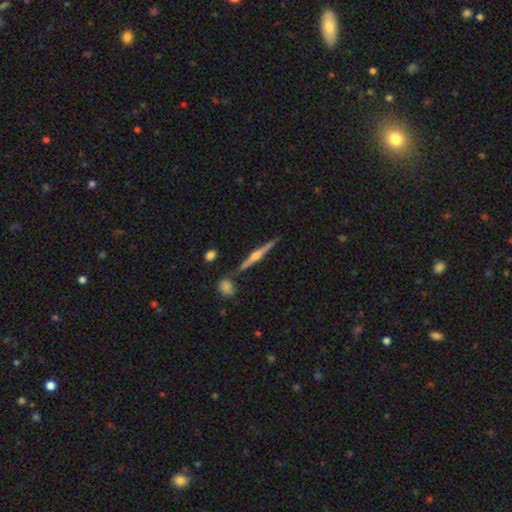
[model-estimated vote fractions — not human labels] A featured or disk galaxy (79%) viewed edge-on (98%) with a rounded central bulge (91%).

Vote fractions:
- Smooth or featured? featured or disk: 79% / smooth: 15% / star or artifact: 6%
- Edge-on disk? yes: 98% / no: 2%
- Edge-on bulge? rounded: 91% / boxy: 5% / none: 4%
- Merging? none: 86% / minor disturbance: 7% / merger: 5% / major disturbance: 2%